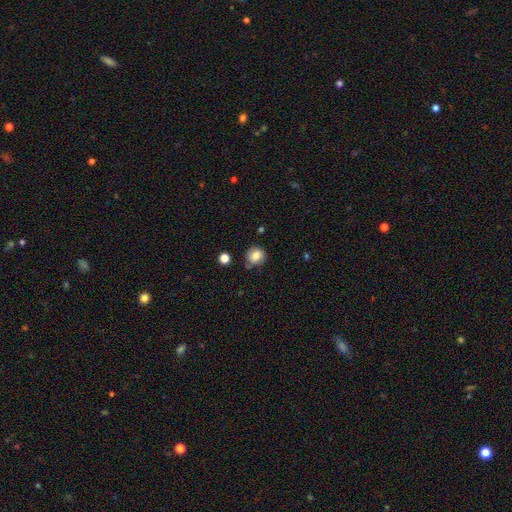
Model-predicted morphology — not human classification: This is likely a smooth galaxy (78%). How rounded: likely round (78%). Merging: likely none (73%).